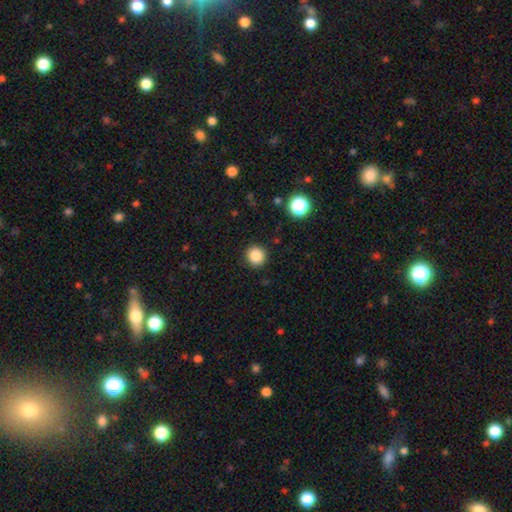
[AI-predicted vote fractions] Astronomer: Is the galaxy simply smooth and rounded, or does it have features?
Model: smooth — 85%.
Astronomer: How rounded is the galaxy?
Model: round — 93%.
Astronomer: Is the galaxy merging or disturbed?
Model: none — 91%.